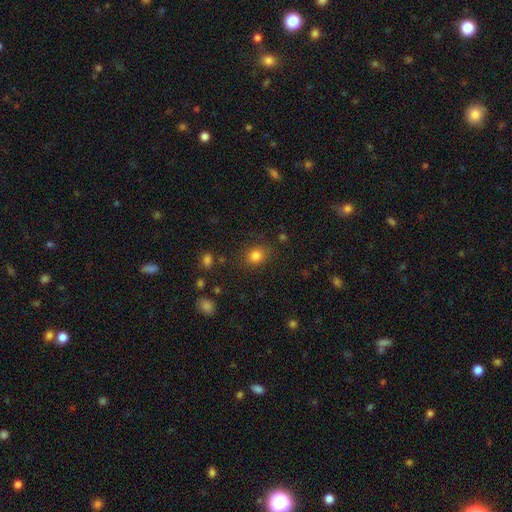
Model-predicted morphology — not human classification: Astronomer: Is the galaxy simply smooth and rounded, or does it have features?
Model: smooth — 82%.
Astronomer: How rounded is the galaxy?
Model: round — 71%.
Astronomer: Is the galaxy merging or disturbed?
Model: none — 83%.